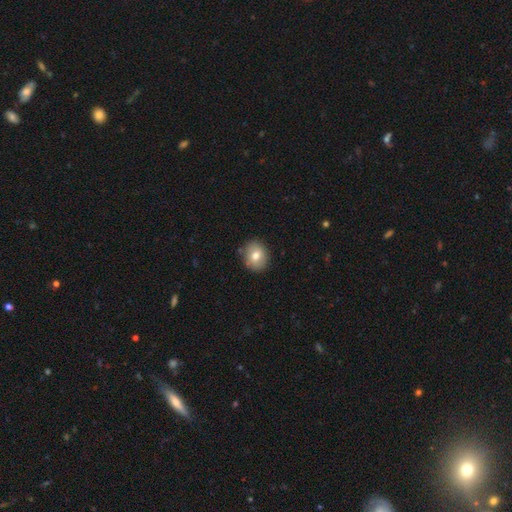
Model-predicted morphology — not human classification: A smooth galaxy with no disk features (75%) that is round (68%). Merging: none (86%).